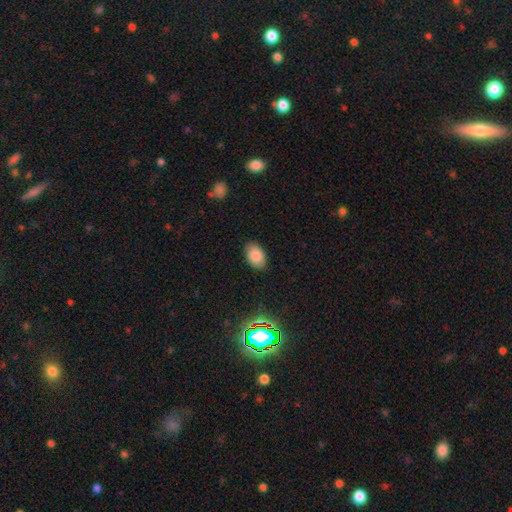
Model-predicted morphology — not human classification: A smooth galaxy with no disk features (84%) that is in between round and cigar-shaped (90%). Merging: none (85%).